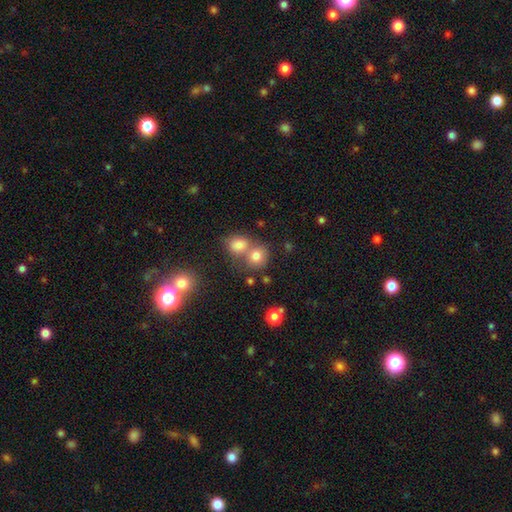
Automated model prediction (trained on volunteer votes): A smooth galaxy with no disk features (77%) that is round (77%).

Vote fractions:
- Smooth or featured? smooth: 77% / star or artifact: 13% / featured or disk: 9%
- How rounded? round: 77% / in between: 22% / cigar-shaped: 1%
- Merging? merger: 45% (tied) / none: 45% (tied) / minor disturbance: 7% / major disturbance: 3%